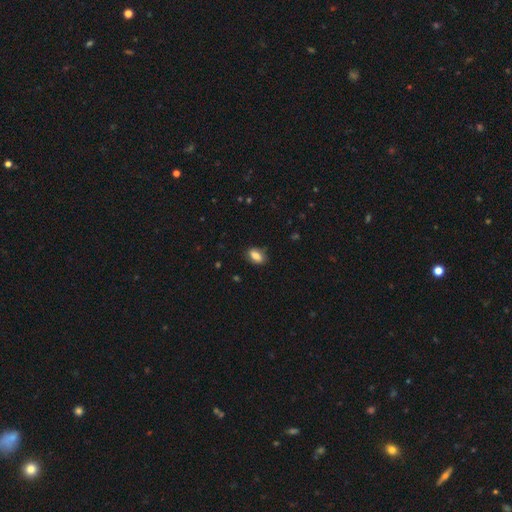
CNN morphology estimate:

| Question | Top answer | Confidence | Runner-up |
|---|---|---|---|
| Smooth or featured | smooth | 81% | featured or disk (11%) |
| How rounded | in between | 86% | round (9%) |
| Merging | none | 78% | minor disturbance (17%) |